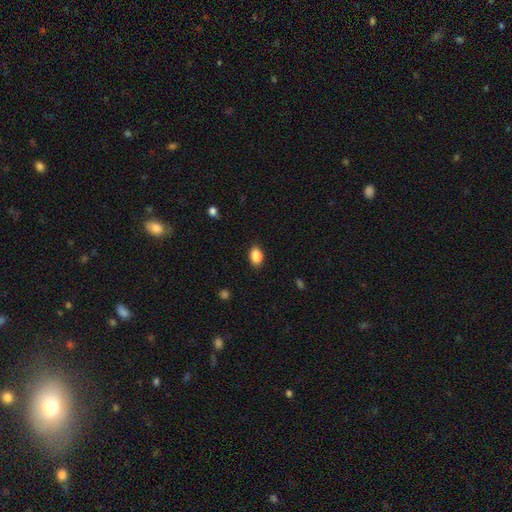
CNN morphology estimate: The model was most divided on "how rounded": in between: 85%, round: 14%, cigar-shaped: 1%. More confident: smooth or featured — smooth (88%); merging — none (86%).